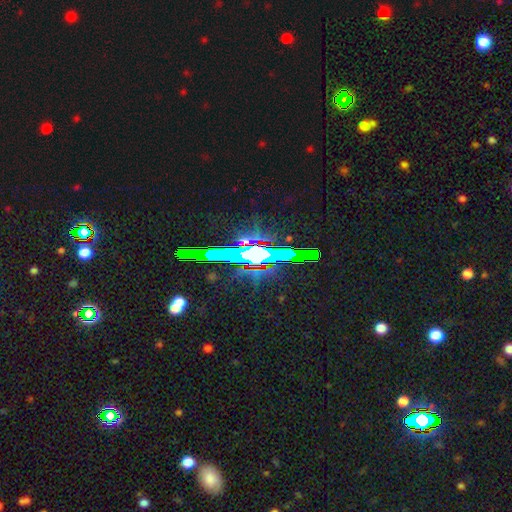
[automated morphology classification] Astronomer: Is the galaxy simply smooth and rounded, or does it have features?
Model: star or artifact — 68%.